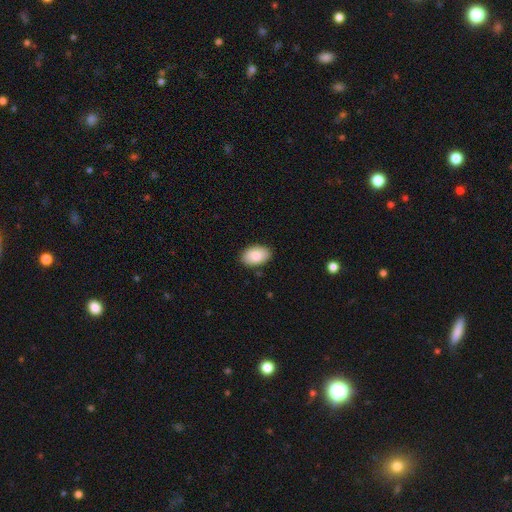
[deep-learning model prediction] A smooth galaxy with no disk features (87%) that is in between round and cigar-shaped (92%).

Vote fractions:
- Smooth or featured? smooth: 87% / featured or disk: 7% / star or artifact: 6%
- How rounded? in between: 92% / round: 7% / cigar-shaped: 1%
- Merging? none: 87% / minor disturbance: 10% / major disturbance: 2% / merger: 1%